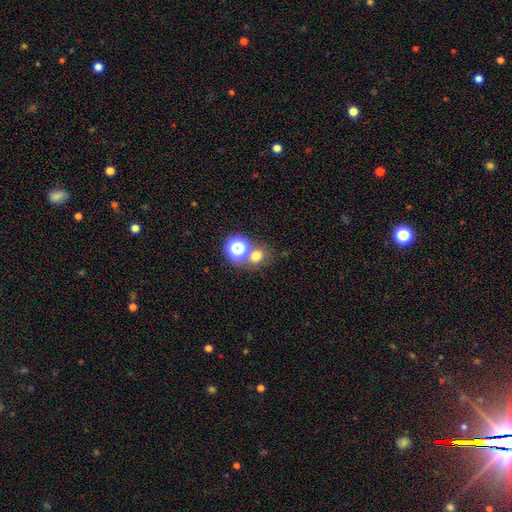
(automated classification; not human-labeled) A smooth galaxy with no disk features (67%) that is round (73%).

Vote fractions:
- Smooth or featured? smooth: 67% / star or artifact: 24% / featured or disk: 9%
- How rounded? round: 73% / in between: 26% / cigar-shaped: 1%
- Merging? none: 62% / merger: 26% / minor disturbance: 8% / major disturbance: 4%